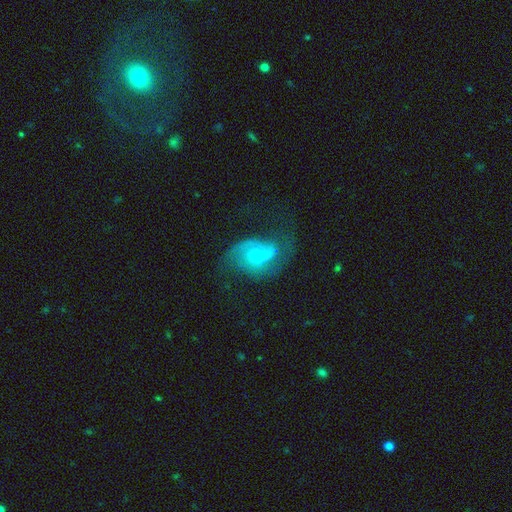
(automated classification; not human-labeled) Smooth or featured: featured or disk — 77% (smooth — 16%)
Edge-on disk: no — 97% (yes — 3%)
Bar: no — 45% (weak — 44%)
Spiral arms: yes — 91% (no — 9%)
Spiral winding: medium — 45% (loose — 40%)
Spiral arm count: 2 — 75% (can't tell — 9%)
Bulge size: small — 64% (moderate — 31%)
Merging: none — 48% (major disturbance — 25%)